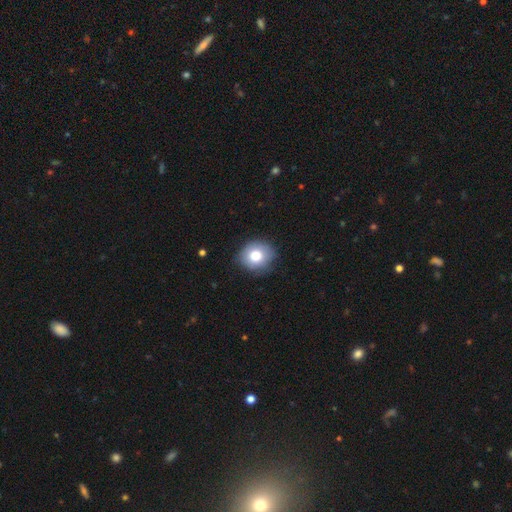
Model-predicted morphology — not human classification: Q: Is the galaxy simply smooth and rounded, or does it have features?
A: smooth — 78%.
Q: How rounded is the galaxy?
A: round — 77%.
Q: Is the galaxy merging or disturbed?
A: none — 80%.